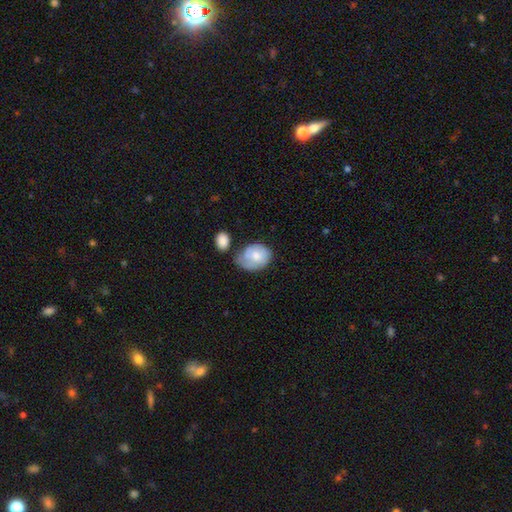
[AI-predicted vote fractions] Smooth or featured? Predicted: smooth (p=0.65). How rounded? Predicted: in between (p=0.62). Merging? Predicted: none (p=0.34, tied with minor disturbance).